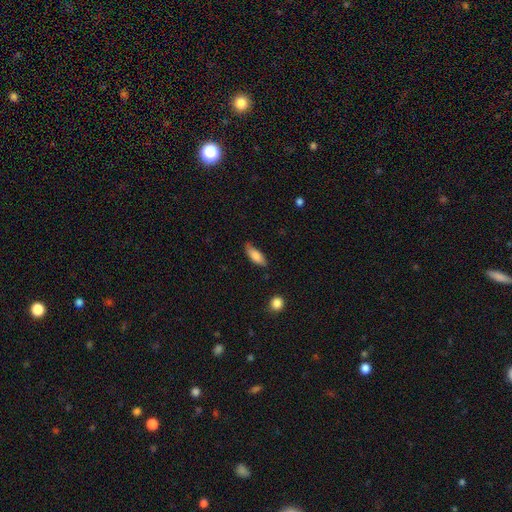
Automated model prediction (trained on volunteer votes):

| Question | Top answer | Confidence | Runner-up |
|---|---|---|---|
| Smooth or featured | smooth | 79% | featured or disk (15%) |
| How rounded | in between | 69% | cigar-shaped (28%) |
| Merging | none | 72% | minor disturbance (22%) |